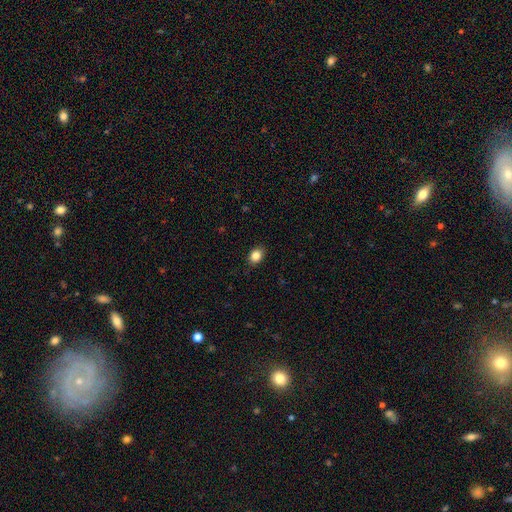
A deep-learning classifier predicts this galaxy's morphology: type=smooth (86%); roundness=in between (62%); merging=none (87%).